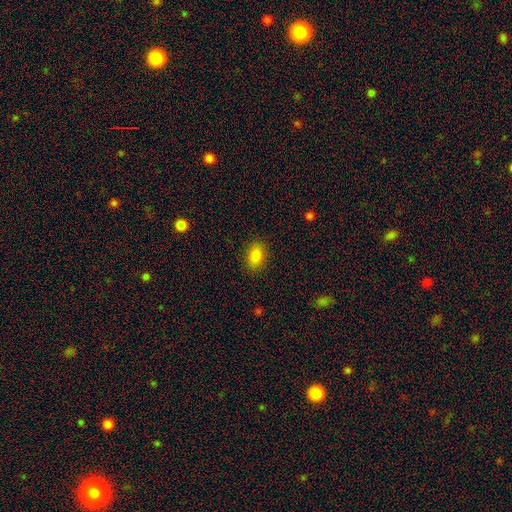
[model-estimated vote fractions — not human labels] Smooth or featured: smooth — 86% (star or artifact — 9%)
How rounded: in between — 86% (round — 12%)
Merging: none — 87% (minor disturbance — 9%)